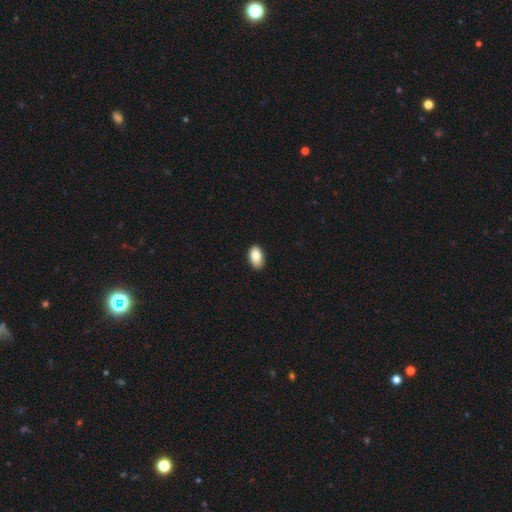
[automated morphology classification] Smooth or featured?
  - smooth: 86% *
  - star or artifact: 7%
  - featured or disk: 6%
How rounded?
  - in between: 93% *
  - round: 5%
  - cigar-shaped: 2%
Merging?
  - none: 84% *
  - minor disturbance: 13%
  - major disturbance: 2%
  - merger: 1%